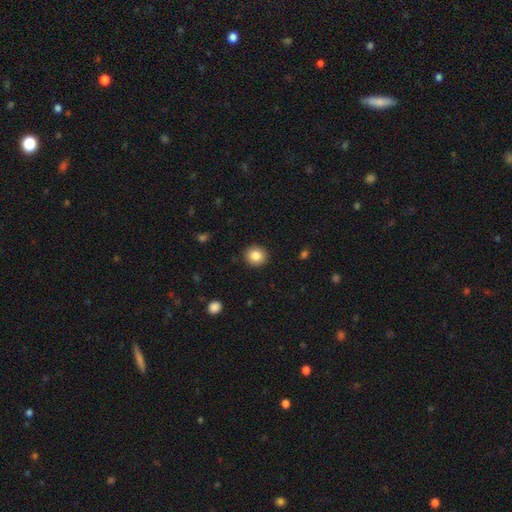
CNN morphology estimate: This is clearly a smooth galaxy (85%). How rounded: clearly round (90%). Merging: clearly none (91%).